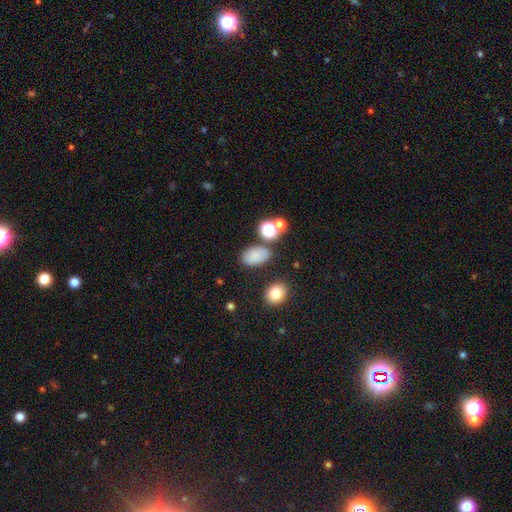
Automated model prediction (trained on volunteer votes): Morphology: type=smooth (79%); roundness=in between (87%); merging=none (77%).